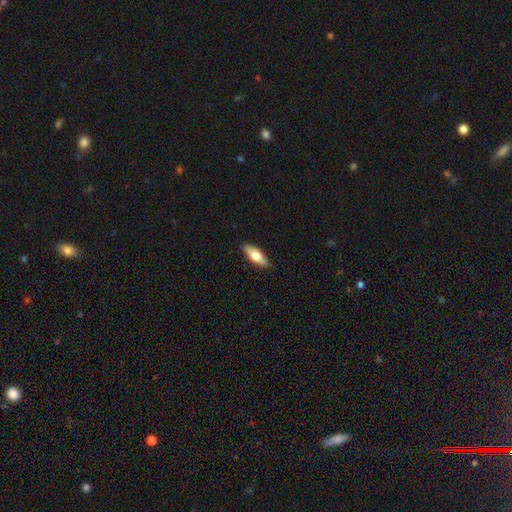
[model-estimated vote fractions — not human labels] Smooth or featured? smooth (59%)
How rounded? in between (59%)
Merging? none (88%)